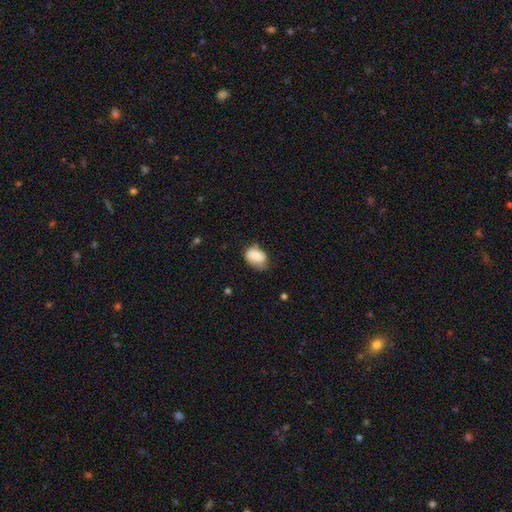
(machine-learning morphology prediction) Smooth or featured?
  - smooth: 69% *
  - featured or disk: 23%
  - star or artifact: 8%
How rounded?
  - in between: 74% *
  - round: 25%
  - cigar-shaped: 1%
Merging?
  - none: 44% *
  - minor disturbance: 39%
  - major disturbance: 13%
  - merger: 4%